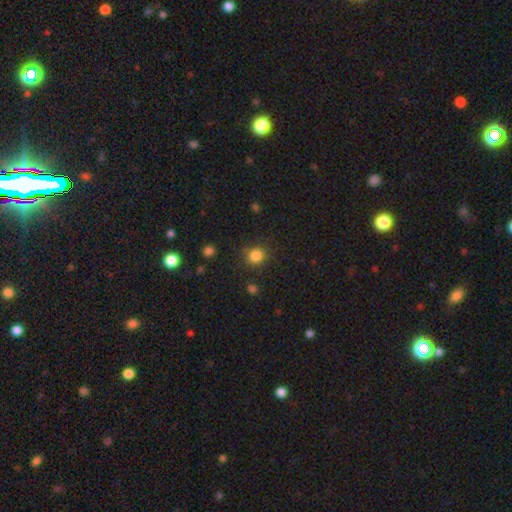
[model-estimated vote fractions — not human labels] Smooth or featured? smooth (83%)
How rounded? round (84%)
Merging? none (82%)